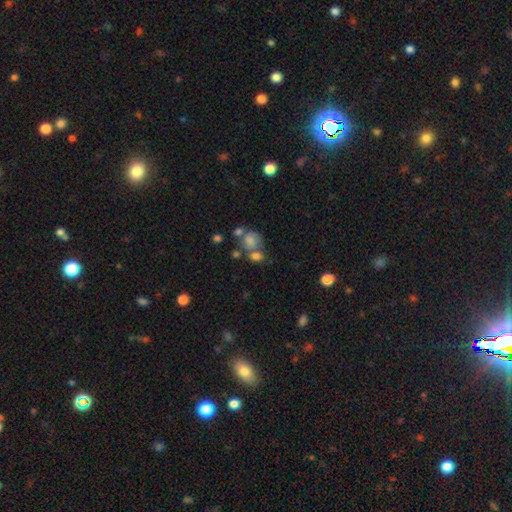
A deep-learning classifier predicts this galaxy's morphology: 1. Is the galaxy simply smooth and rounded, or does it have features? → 43% smooth, 39% star or artifact, 17% featured or disk.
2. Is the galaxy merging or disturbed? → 53% none, 28% merger, 11% minor disturbance, 7% major disturbance.